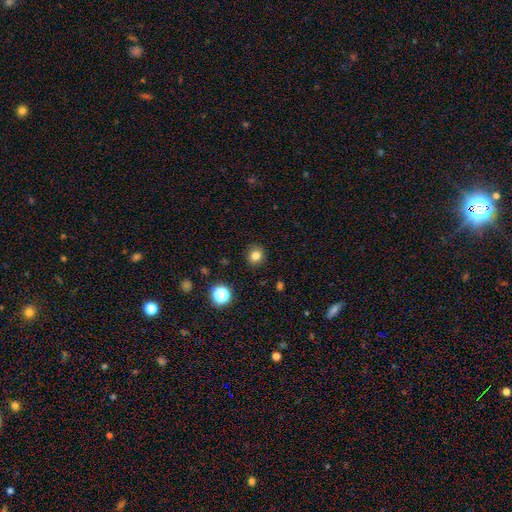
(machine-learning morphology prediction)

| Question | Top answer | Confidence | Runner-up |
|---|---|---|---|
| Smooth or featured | smooth | 80% | star or artifact (14%) |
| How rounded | round | 86% | in between (13%) |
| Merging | none | 89% | minor disturbance (7%) |